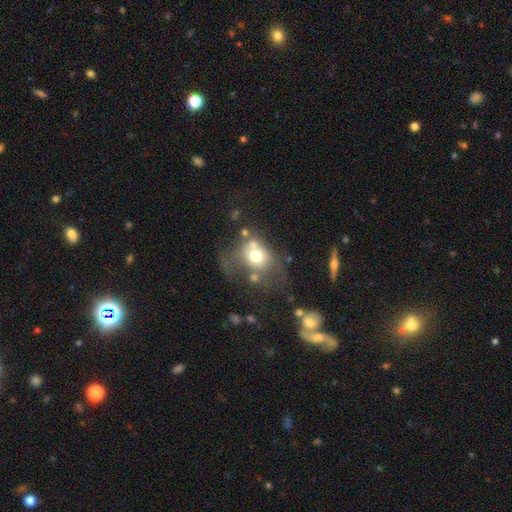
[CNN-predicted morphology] Overall: smooth (62%; featured or disk 25%). How rounded: round (55%; in between 44%). Merging: none (29%; major disturbance 27%).